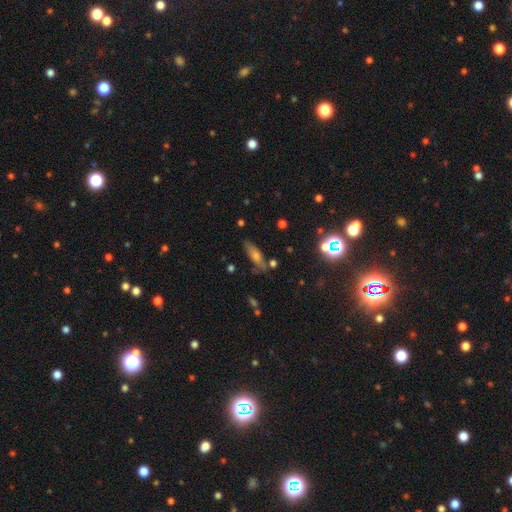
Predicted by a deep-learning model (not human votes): Smooth or featured?
  - smooth: 55% *
  - featured or disk: 29%
  - star or artifact: 16%
How rounded?
  - in between: 48% * (tied)
  - cigar-shaped: 48% * (tied)
  - round: 4%
Merging?
  - none: 69% *
  - minor disturbance: 19%
  - merger: 7%
  - major disturbance: 6%